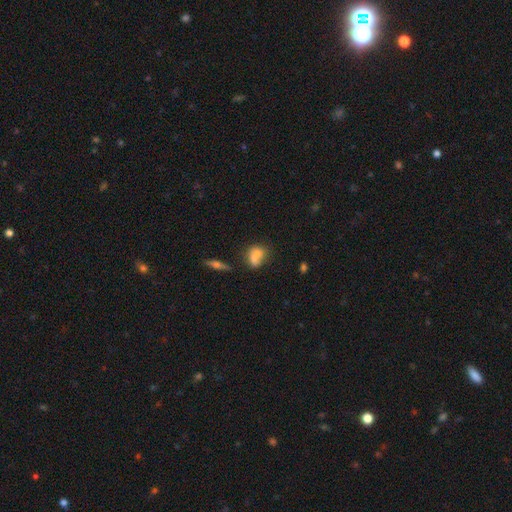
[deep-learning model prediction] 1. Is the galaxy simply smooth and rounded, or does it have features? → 69% smooth, 20% featured or disk, 11% star or artifact.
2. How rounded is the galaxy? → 57% in between, 38% round, 4% cigar-shaped.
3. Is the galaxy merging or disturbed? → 44% merger, 34% none, 15% minor disturbance, 8% major disturbance.